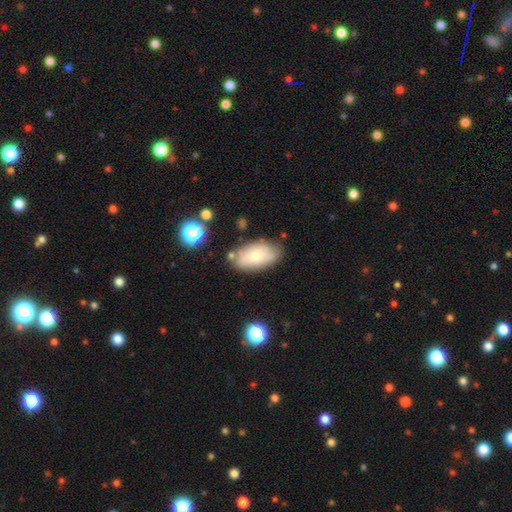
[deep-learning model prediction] smooth_or_featured: smooth (p=0.70) [alt: featured or disk p=0.23]
how_rounded: in between (p=0.93) [alt: round p=0.04]
merging: none (p=0.69) [alt: minor disturbance p=0.20]